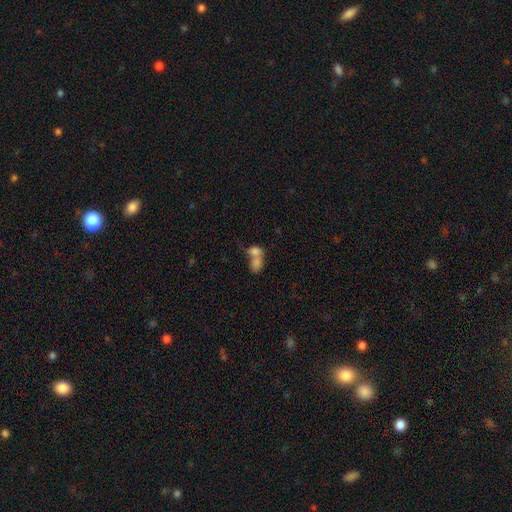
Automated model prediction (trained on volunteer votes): Q: Smooth or featured?
A: smooth (75%); runner-up: featured or disk (16%)
Q: How rounded?
A: in between (72%); runner-up: round (25%)
Q: Merging?
A: merger (74%); runner-up: none (15%)